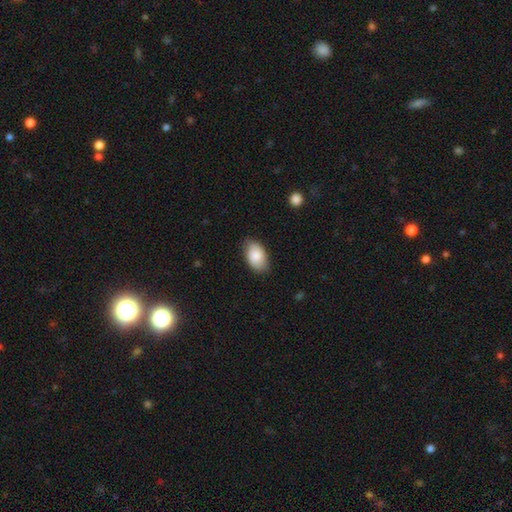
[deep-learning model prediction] Smooth or featured: smooth — 86% (featured or disk — 8%)
How rounded: in between — 93% (round — 6%)
Merging: none — 81% (minor disturbance — 15%)